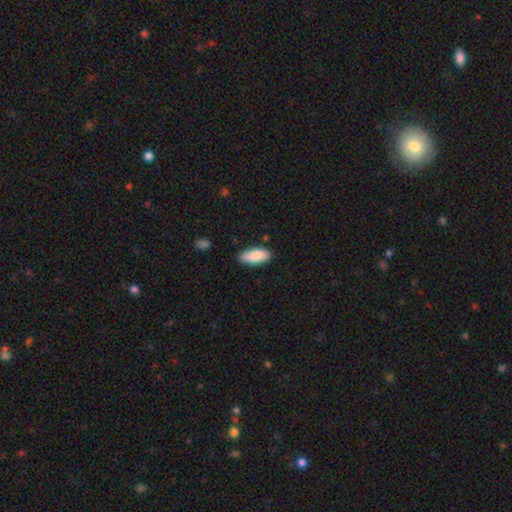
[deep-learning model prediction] Overall: smooth (86%). How rounded: in between (85%). Merging: none (84%).